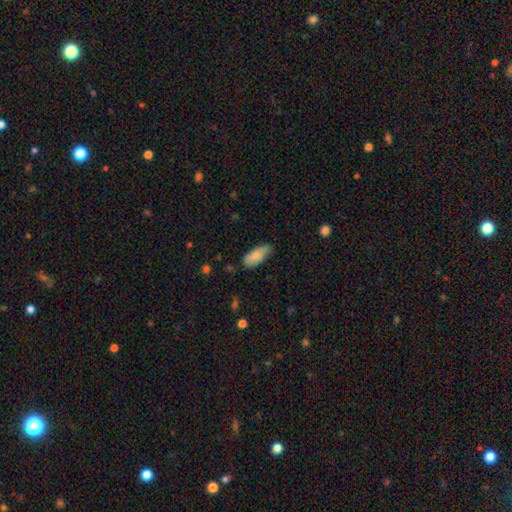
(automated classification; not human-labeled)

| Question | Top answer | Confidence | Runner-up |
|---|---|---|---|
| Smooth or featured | smooth | 83% | featured or disk (11%) |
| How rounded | in between | 83% | cigar-shaped (15%) |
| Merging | none | 64% | minor disturbance (29%) |